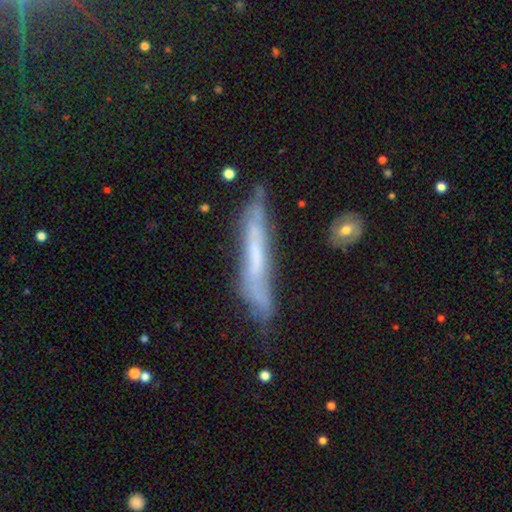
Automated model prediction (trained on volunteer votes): Smooth or featured: featured or disk — 56% (smooth — 36%)
Edge-on disk: yes — 71% (no — 29%)
Merging: none — 61% (minor disturbance — 26%)